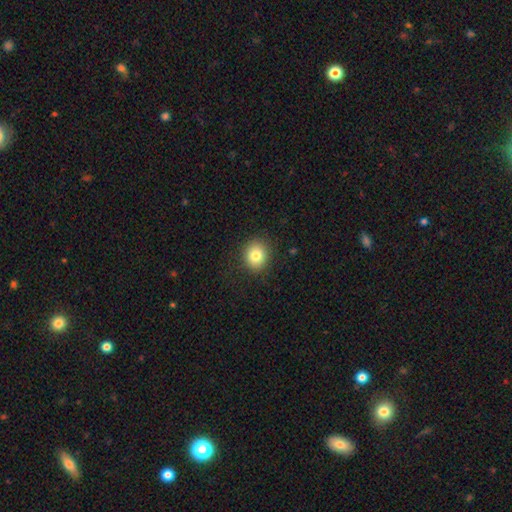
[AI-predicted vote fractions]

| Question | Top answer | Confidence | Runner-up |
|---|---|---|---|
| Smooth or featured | smooth | 82% | star or artifact (10%) |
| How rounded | round | 71% | in between (28%) |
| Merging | none | 87% | minor disturbance (9%) |